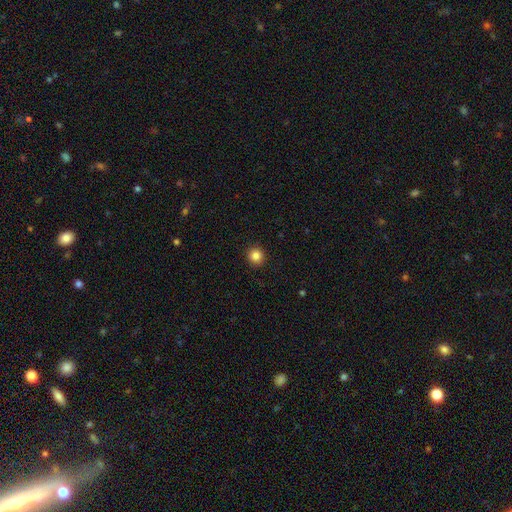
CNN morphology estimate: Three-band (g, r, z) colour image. It shows a smooth galaxy with no disk features (85%) that is round (94%). Merging: none (93%).